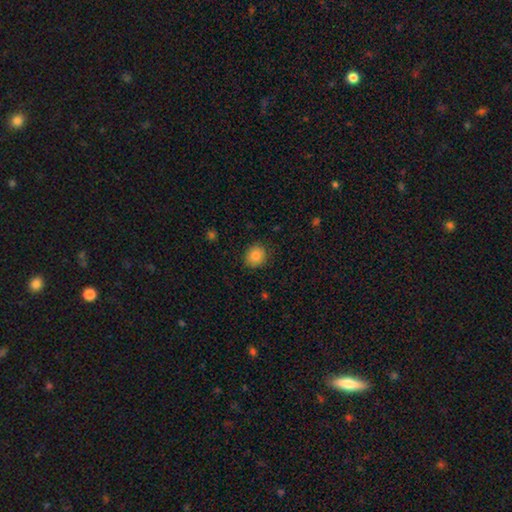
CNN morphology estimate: Smooth or featured? smooth (84%)
How rounded? round (81%)
Merging? none (88%)